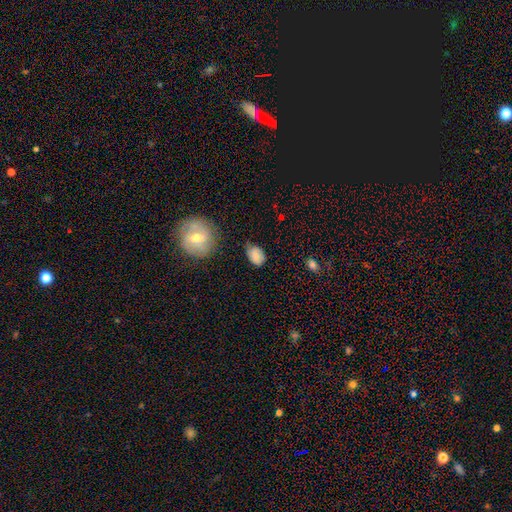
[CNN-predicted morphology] Smooth or featured? Predicted: smooth (p=0.78). How rounded? Predicted: in between (p=0.74). Merging? Predicted: none (p=0.57).